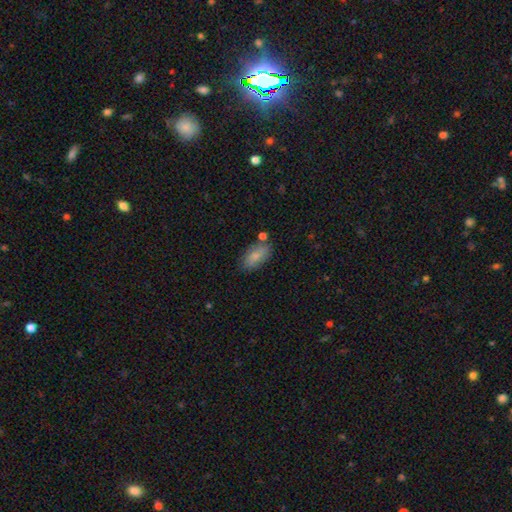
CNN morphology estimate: smooth 77%, featured or disk 15%, star or artifact 7%. Down the decision tree: how rounded — in between (90%); merging — none (71%).